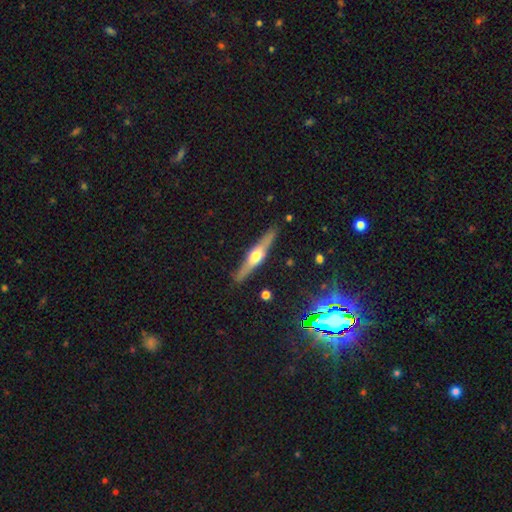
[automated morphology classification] Smooth or featured: featured or disk — 69% (smooth — 25%)
Edge-on disk: yes — 96% (no — 4%)
Edge-on bulge: rounded — 92% (boxy — 5%)
Merging: none — 89% (minor disturbance — 8%)